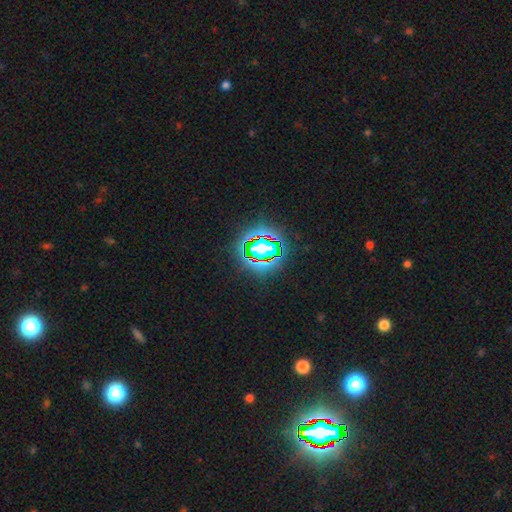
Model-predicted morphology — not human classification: Overall: star or artifact (82%).